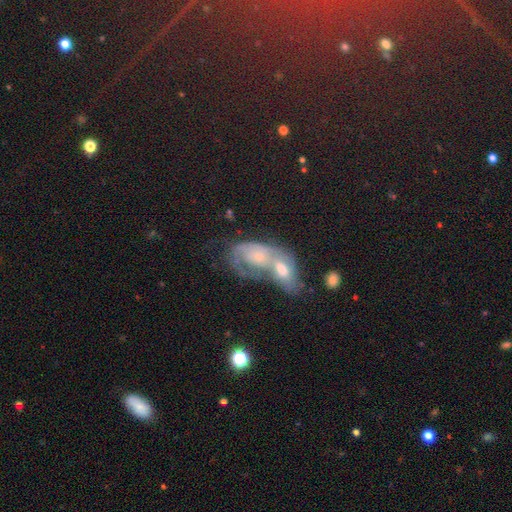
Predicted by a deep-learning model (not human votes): The model was most divided on "spiral arms": yes: 56%, no: 44%. More confident: edge-on disk — no (94%); bar — no (79%); merging — merger (69%); smooth or featured — featured or disk (56%); bulge size — small (51%).